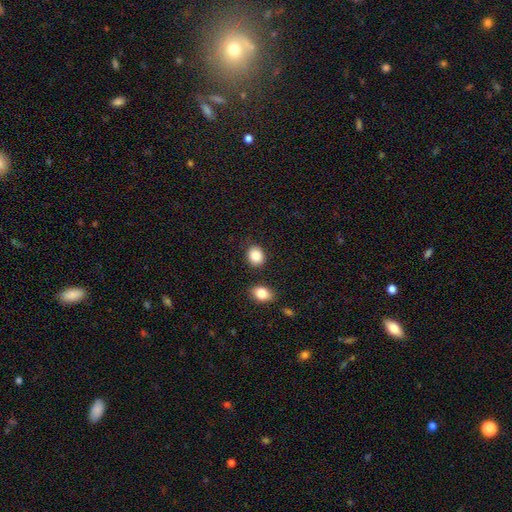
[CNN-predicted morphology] smooth_or_featured: smooth (p=0.88) [alt: star or artifact p=0.08]
how_rounded: round (p=0.56) [alt: in between p=0.43]
merging: none (p=0.81) [alt: minor disturbance p=0.11]